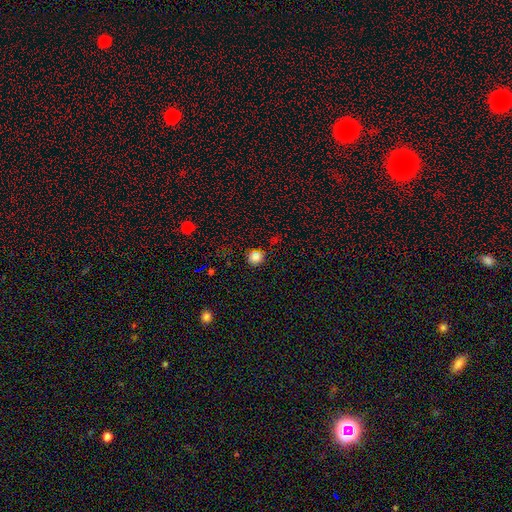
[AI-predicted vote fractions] This appears to be a smooth galaxy with no disk features (83%) that is round (90%). Merging: none (86%).